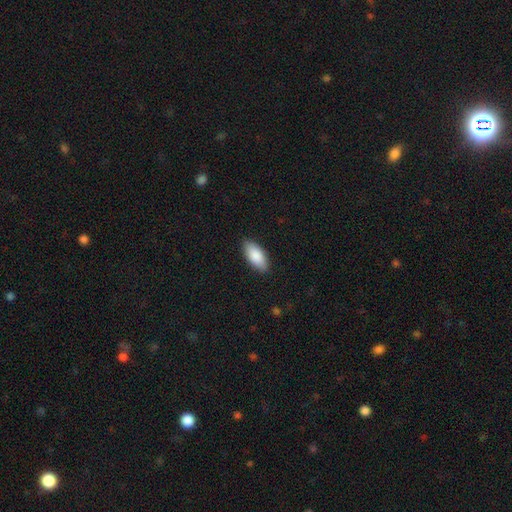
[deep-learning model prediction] smooth 88%, featured or disk 6%, star or artifact 5%. Down the decision tree: how rounded — in between (90%); merging — none (88%).